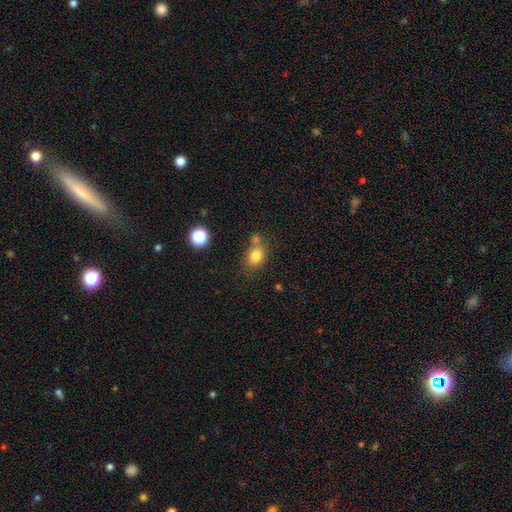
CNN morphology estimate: type=smooth (80%); roundness=in between (59%); merging=none (56%).